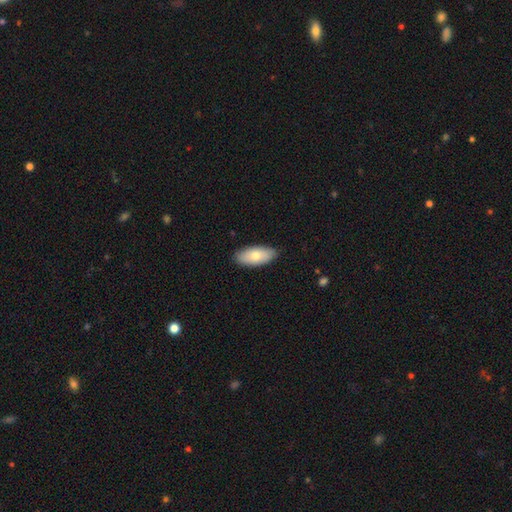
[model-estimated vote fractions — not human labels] The model was most divided on "smooth or featured": smooth: 74%, featured or disk: 20%, star or artifact: 6%. More confident: how rounded — in between (89%); merging — none (87%).